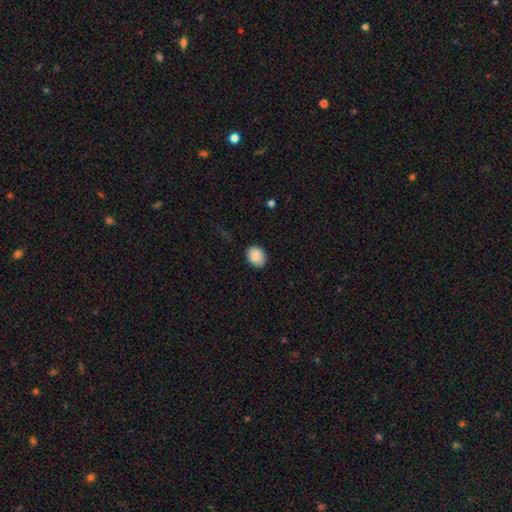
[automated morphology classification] smooth_or_featured: smooth (p=0.88) [alt: star or artifact p=0.07]
how_rounded: round (p=0.57) [alt: in between p=0.42]
merging: none (p=0.86) [alt: minor disturbance p=0.11]